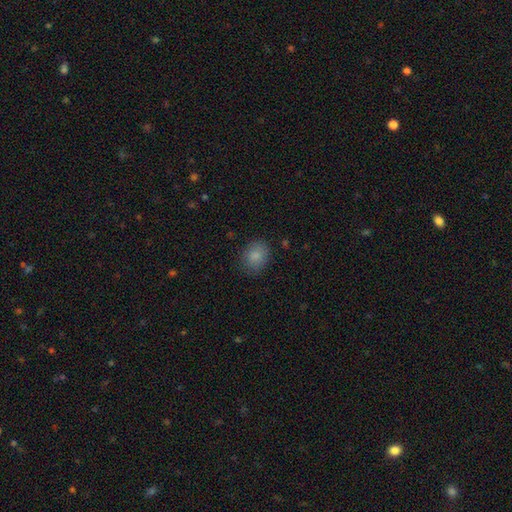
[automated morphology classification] The model was most divided on "how rounded": round: 62%, in between: 37%, cigar-shaped: 1%. More confident: smooth or featured — smooth (84%); merging — none (83%).